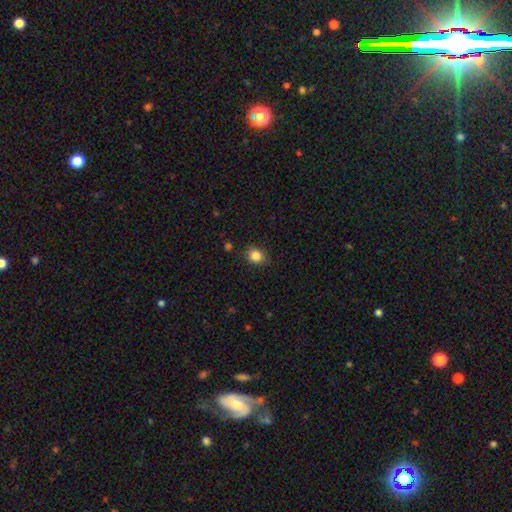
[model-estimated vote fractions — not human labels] Smooth or featured?
  - smooth: 86% *
  - star or artifact: 10%
  - featured or disk: 4%
How rounded?
  - round: 61% *
  - in between: 38%
  - cigar-shaped: 1%
Merging?
  - none: 85% *
  - minor disturbance: 11%
  - major disturbance: 3%
  - merger: 1%